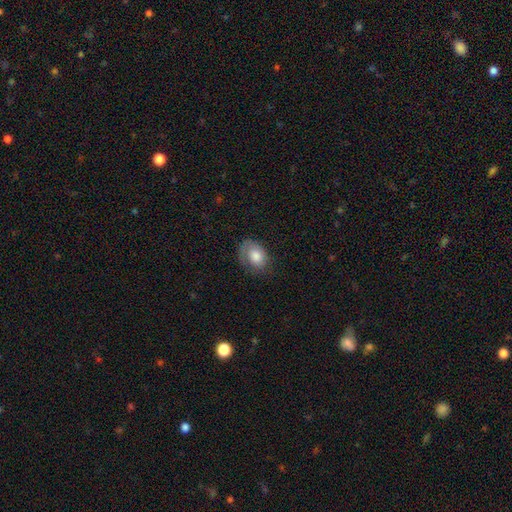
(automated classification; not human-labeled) Smooth or featured? Predicted: smooth (p=0.70). How rounded? Predicted: in between (p=0.69). Merging? Predicted: none (p=0.59).